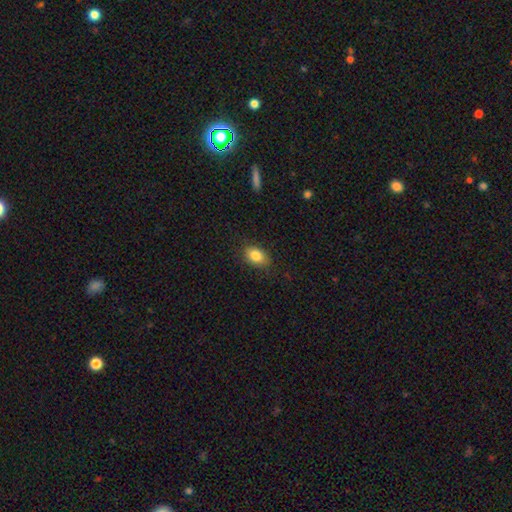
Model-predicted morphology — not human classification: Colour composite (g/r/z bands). It shows a smooth galaxy with no disk features (83%) that is in between round and cigar-shaped (77%). Merging: none (85%).